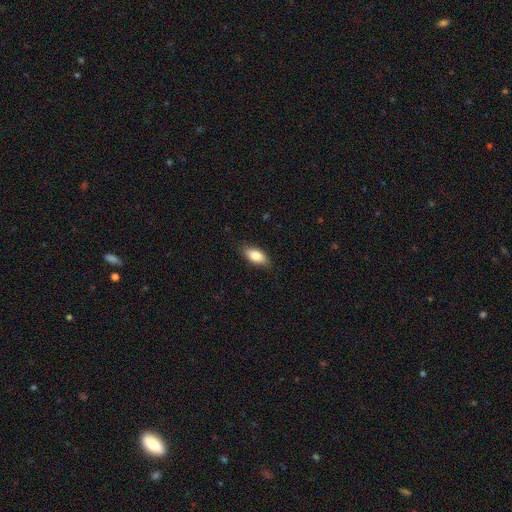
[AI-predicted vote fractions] A smooth galaxy with no disk features (81%) that is in between round and cigar-shaped (89%).

Vote fractions:
- Smooth or featured? smooth: 81% / featured or disk: 12% / star or artifact: 7%
- How rounded? in between: 89% / cigar-shaped: 8% / round: 3%
- Merging? none: 85% / minor disturbance: 12% / major disturbance: 2% / merger: 1%